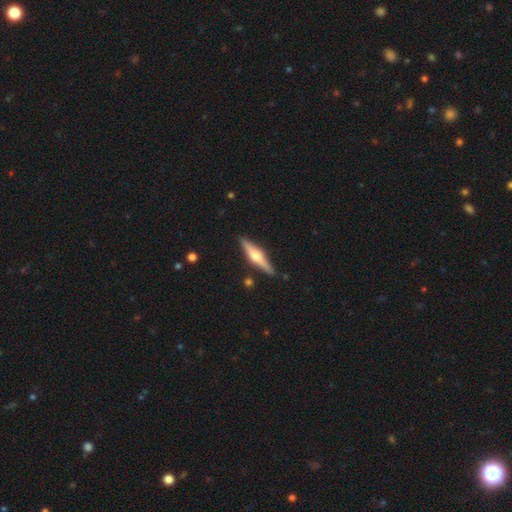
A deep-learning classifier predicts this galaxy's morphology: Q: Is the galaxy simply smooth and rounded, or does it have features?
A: featured or disk — 72%.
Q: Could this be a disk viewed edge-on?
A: yes — 97%.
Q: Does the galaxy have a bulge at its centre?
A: rounded — 94%.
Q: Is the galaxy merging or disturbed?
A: none — 89%.